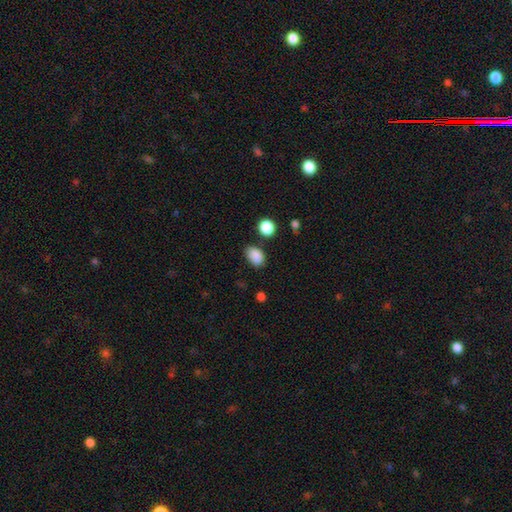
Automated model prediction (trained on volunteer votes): Smooth or featured? Predicted: smooth (p=0.87). How rounded? Predicted: in between (p=0.80). Merging? Predicted: none (p=0.76).